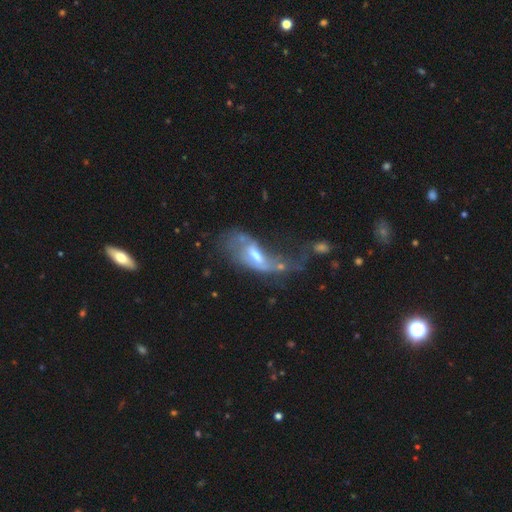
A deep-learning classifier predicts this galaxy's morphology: This is likely a featured or disk galaxy (62%). It is clearly not viewed edge-on (88%). Bar: marginally weak (44%). Spiral arm pattern: possibly no (51%). Central bulge: possibly moderate (59%). Merging: possibly major disturbance (47%).